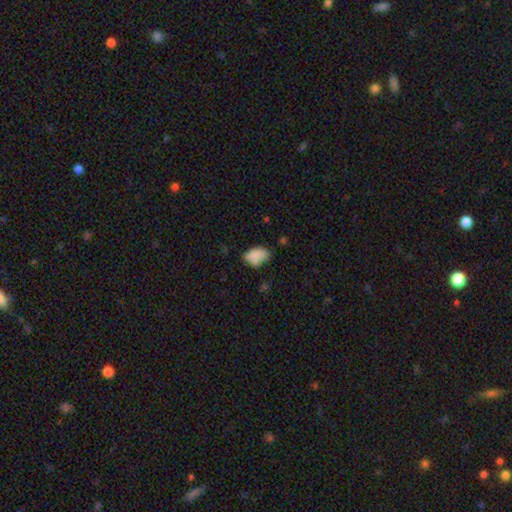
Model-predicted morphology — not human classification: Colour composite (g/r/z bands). It shows a smooth galaxy with no disk features (81%) that is in between round and cigar-shaped (87%). Merging: none (50%).